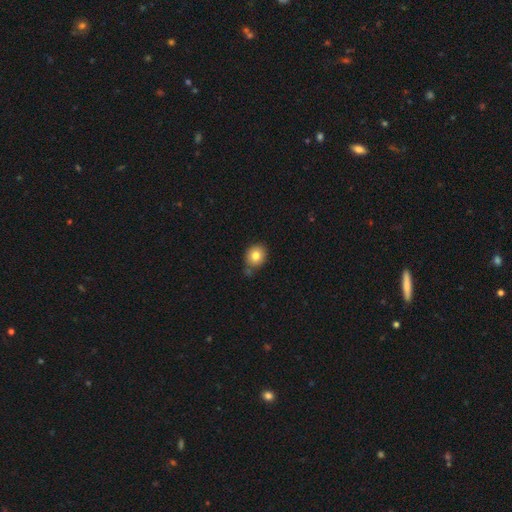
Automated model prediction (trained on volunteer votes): Smooth or featured? Predicted: smooth (p=0.80). How rounded? Predicted: round (p=0.68). Merging? Predicted: none (p=0.66).